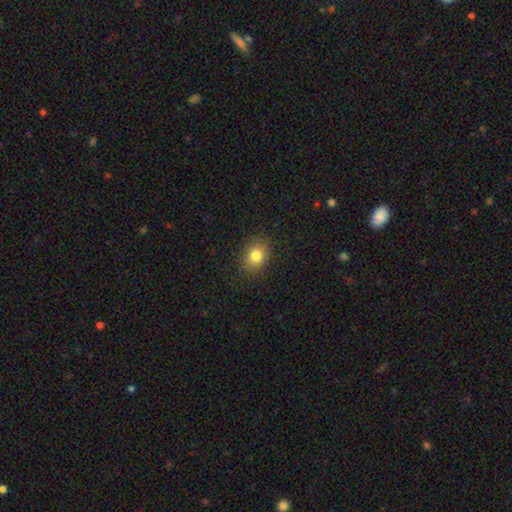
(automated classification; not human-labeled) Overall: smooth (82%). How rounded: in between (52%; round 47%). Merging: none (86%).